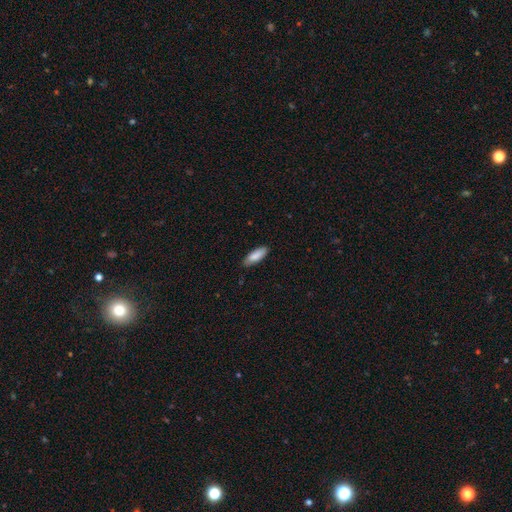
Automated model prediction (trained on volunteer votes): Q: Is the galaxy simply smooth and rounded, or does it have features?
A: smooth — 87%.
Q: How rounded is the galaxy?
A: in between — 66%.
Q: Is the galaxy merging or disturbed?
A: none — 84%.